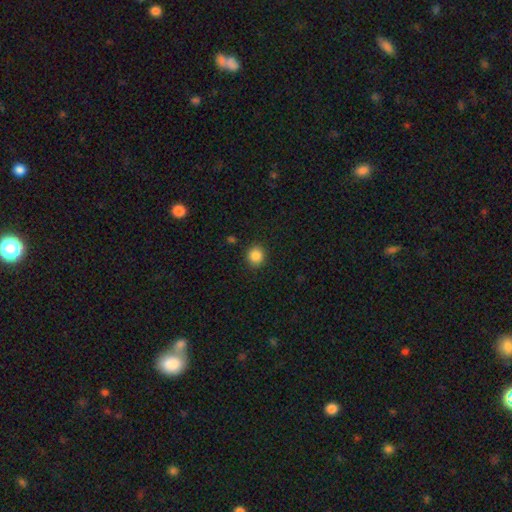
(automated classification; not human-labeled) smooth_or_featured: smooth (p=0.86) [alt: star or artifact p=0.10]
how_rounded: round (p=0.90) [alt: in between p=0.10]
merging: none (p=0.90) [alt: minor disturbance p=0.07]